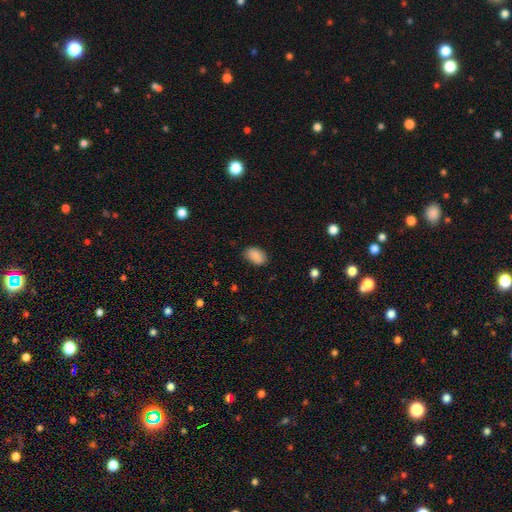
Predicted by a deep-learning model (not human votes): Overall: smooth (89%). How rounded: in between (89%). Merging: none (82%).